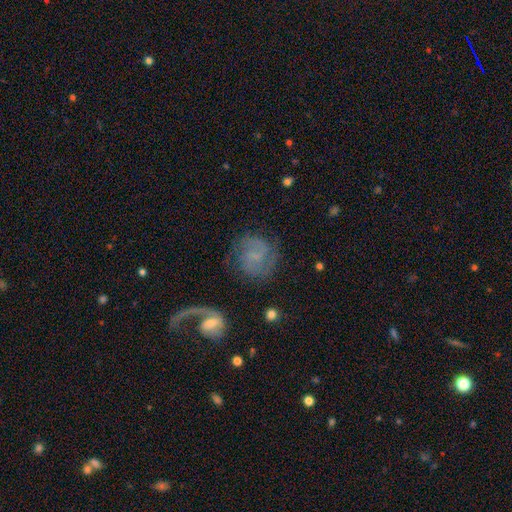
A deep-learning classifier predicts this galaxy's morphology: Overall: featured or disk (71%). Edge-on disk: no (98%). Bar: no (45%; weak 43%). Spiral arms: yes (93%). Spiral arm count: 2 (80%). Spiral winding: medium (47%; tight 27%). Bulge size: none (48%; small 37%). Merging: none (70%).